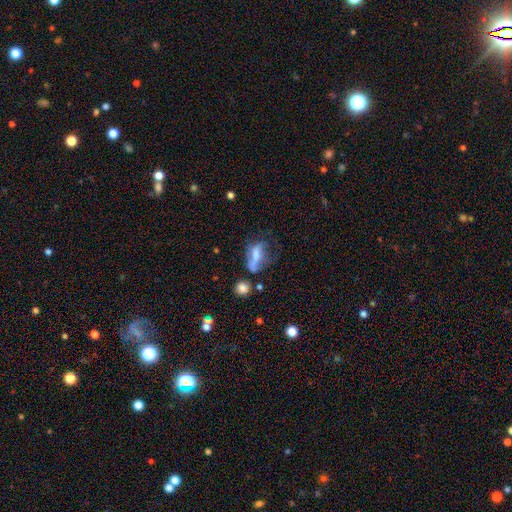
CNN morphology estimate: type=smooth (49%); merging=major disturbance (37%).